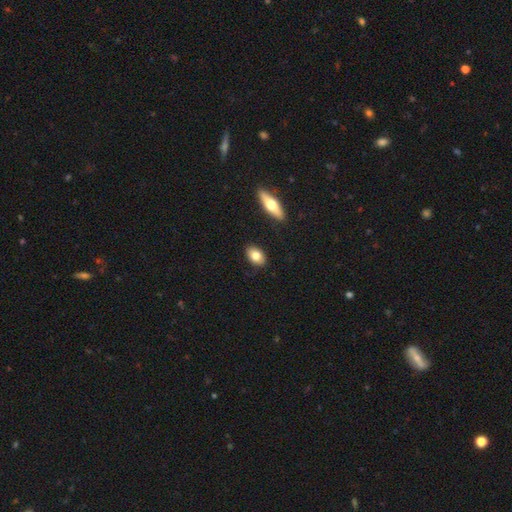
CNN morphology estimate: Smooth or featured? Predicted: smooth (p=0.78). How rounded? Predicted: in between (p=0.87). Merging? Predicted: none (p=0.88).